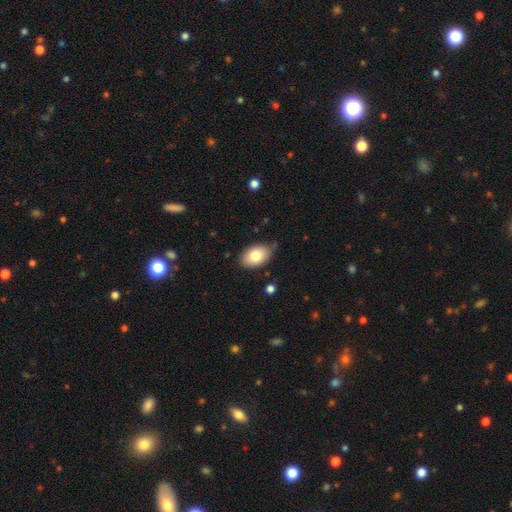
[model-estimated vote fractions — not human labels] Q: Smooth or featured?
A: smooth (81%); runner-up: featured or disk (12%)
Q: How rounded?
A: in between (89%); runner-up: round (9%)
Q: Merging?
A: none (78%); runner-up: minor disturbance (18%)